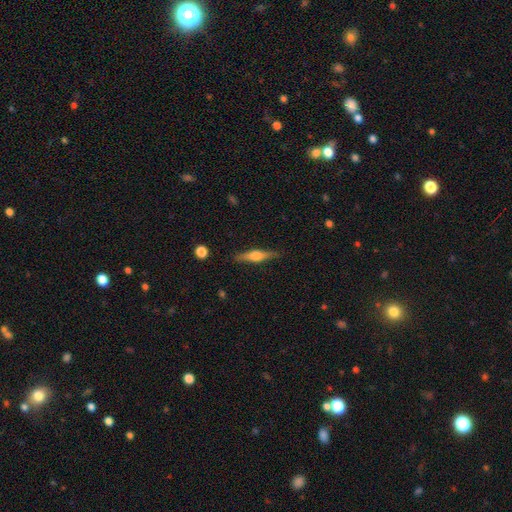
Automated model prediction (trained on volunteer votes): smooth_or_featured: featured or disk (p=0.59) [alt: smooth p=0.34]
disk_edge_on: yes (p=0.96) [alt: no p=0.04]
edge_on_bulge: rounded (p=0.87) [alt: boxy p=0.09]
merging: none (p=0.87) [alt: minor disturbance p=0.10]